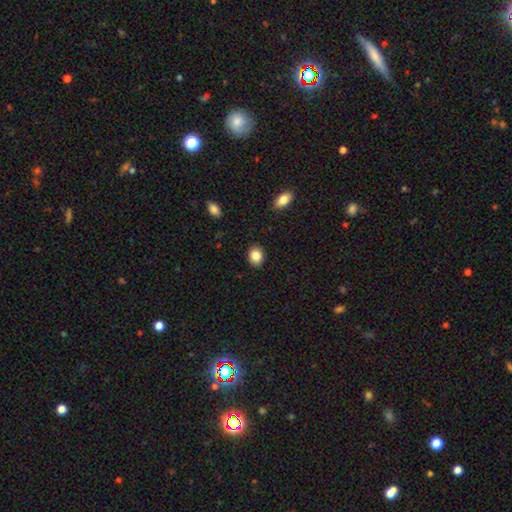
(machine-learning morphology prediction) Overall: smooth (85%). How rounded: round (50%; in between 49%). Merging: none (89%).